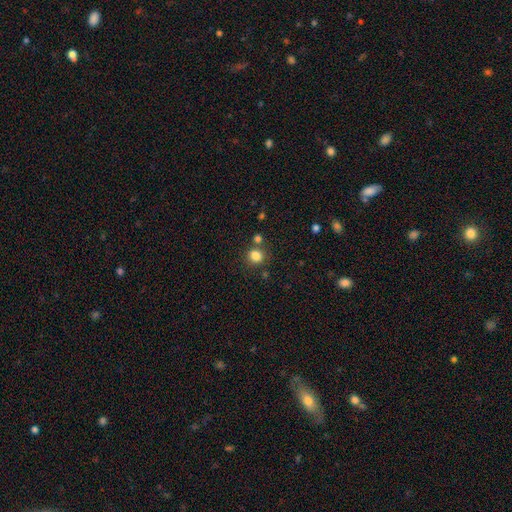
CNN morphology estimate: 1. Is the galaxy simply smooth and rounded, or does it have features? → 83% smooth, 12% star or artifact, 5% featured or disk.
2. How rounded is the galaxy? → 82% round, 17% in between, 1% cigar-shaped.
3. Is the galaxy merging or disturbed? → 75% none, 12% merger, 10% minor disturbance, 3% major disturbance.